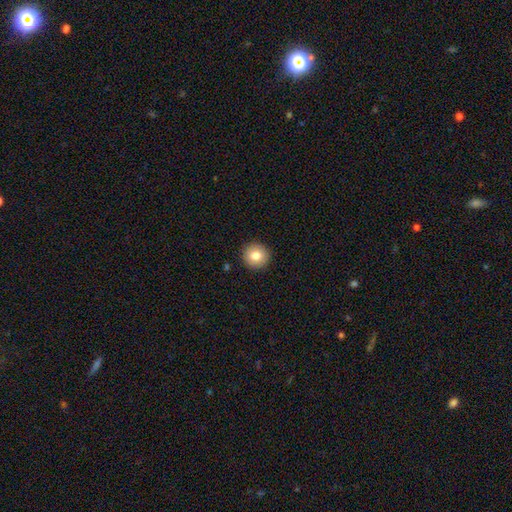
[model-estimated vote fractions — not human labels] This is likely a smooth galaxy (80%). How rounded: clearly round (95%). Merging: clearly none (92%).